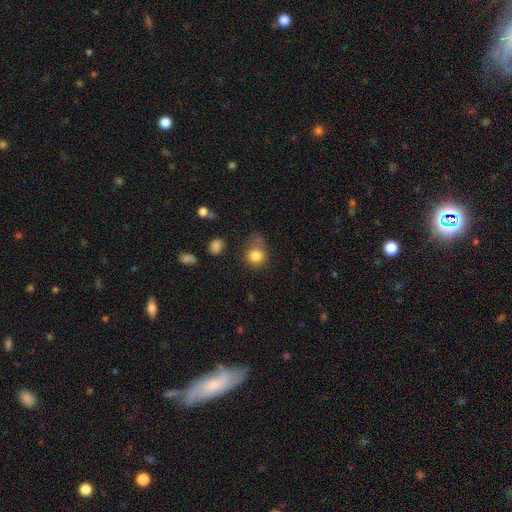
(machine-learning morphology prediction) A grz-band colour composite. It shows a smooth galaxy with no disk features (81%) that is round (76%). Merging: none (45%).